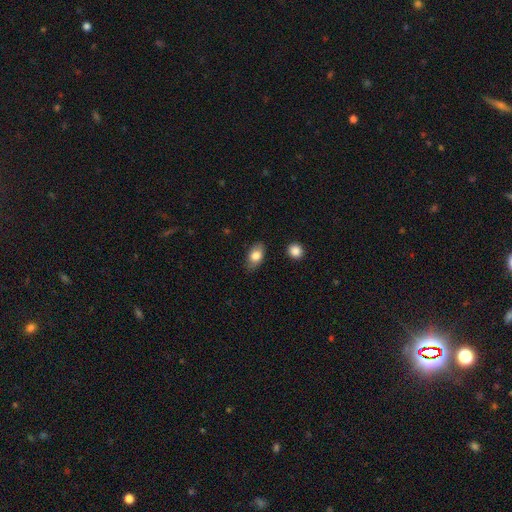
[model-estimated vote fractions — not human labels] This appears to be a smooth galaxy with no disk features (79%) that is in between round and cigar-shaped (89%). Merging: none (81%).